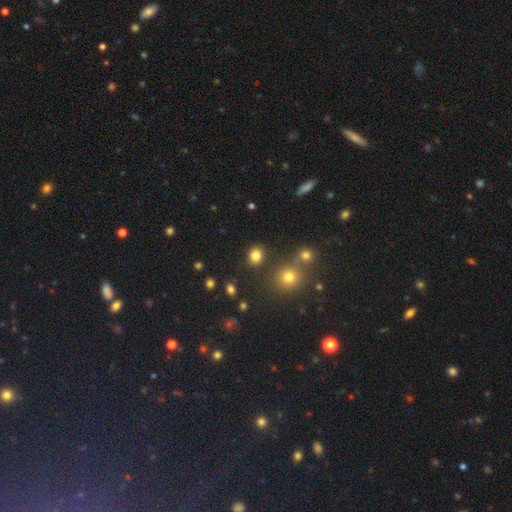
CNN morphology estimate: A smooth galaxy with no disk features (81%) that is round (68%).

Vote fractions:
- Smooth or featured? smooth: 81% / star or artifact: 14% / featured or disk: 5%
- How rounded? round: 68% / in between: 31% / cigar-shaped: 1%
- Merging? none: 84% / minor disturbance: 9% / merger: 5% / major disturbance: 3%